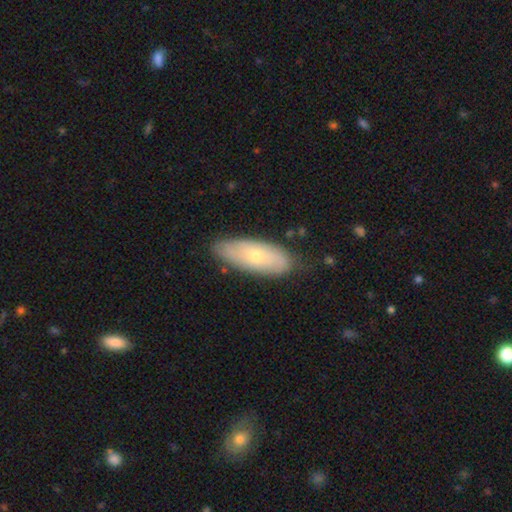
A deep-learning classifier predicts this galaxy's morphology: smooth_or_featured: smooth (p=0.53) [alt: featured or disk p=0.40]
how_rounded: in between (p=0.77) [alt: cigar-shaped p=0.20]
merging: none (p=0.80) [alt: minor disturbance p=0.16]